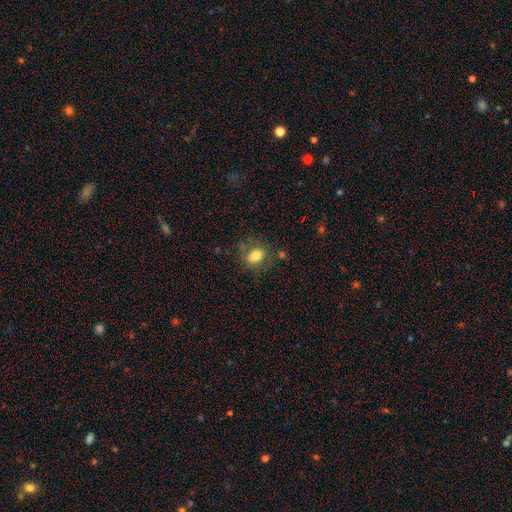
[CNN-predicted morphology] smooth-or-featured: smooth: 77% | featured or disk: 13% | star or artifact: 10%
  how-rounded: in between: 56% | round: 43% | cigar-shaped: 1%
  merging: none: 69% | minor disturbance: 19% | major disturbance: 8% | merger: 4%